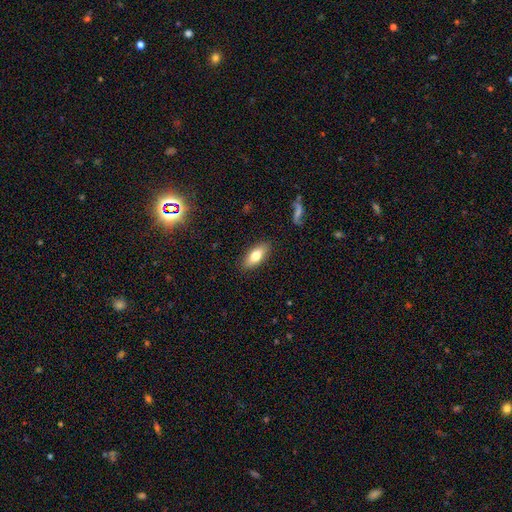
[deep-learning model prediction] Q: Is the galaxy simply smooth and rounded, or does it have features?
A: smooth — 74%.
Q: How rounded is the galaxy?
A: in between — 82%.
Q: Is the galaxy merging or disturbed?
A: none — 87%.